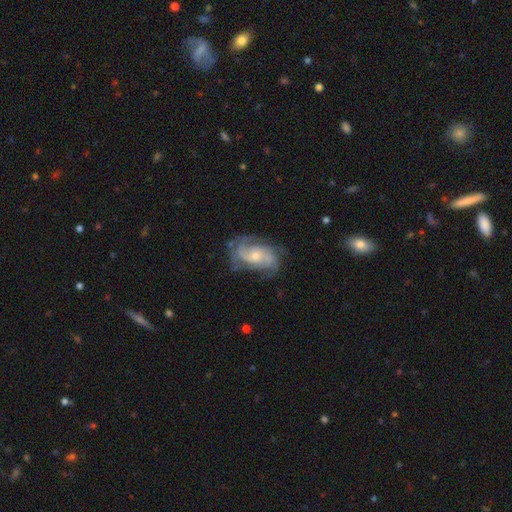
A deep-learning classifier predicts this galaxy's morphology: featured or disk 85%, smooth 10%, star or artifact 6%. Down the decision tree: edge-on disk — no (97%); bar — no (63%); spiral arms — yes (96%); spiral arm count — 2 (47%); spiral winding — medium (47%); bulge size — small (52%); merging — none (68%).